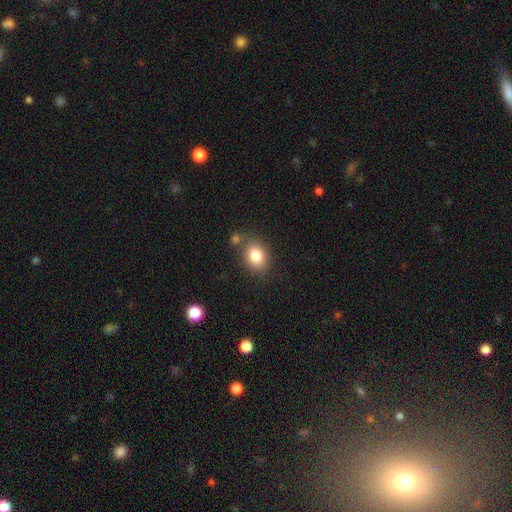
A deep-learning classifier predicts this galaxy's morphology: Smooth or featured: smooth — 81% (star or artifact — 10%)
How rounded: in between — 55% (round — 44%)
Merging: none — 70% (minor disturbance — 14%)